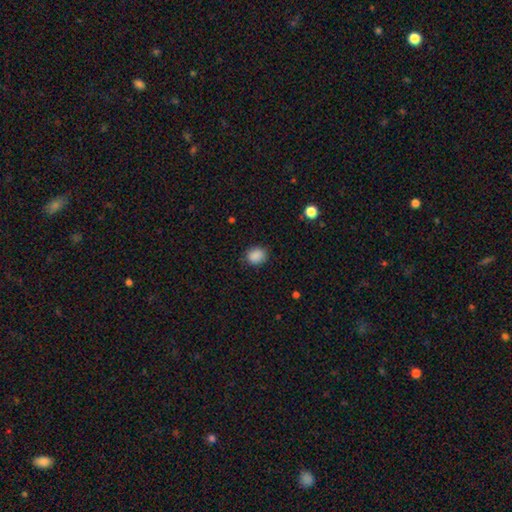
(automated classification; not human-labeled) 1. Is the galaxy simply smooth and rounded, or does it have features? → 88% smooth, 9% star or artifact, 3% featured or disk.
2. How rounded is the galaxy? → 58% round, 41% in between, 1% cigar-shaped.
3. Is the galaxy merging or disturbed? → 83% none, 13% minor disturbance, 3% major disturbance, 1% merger.